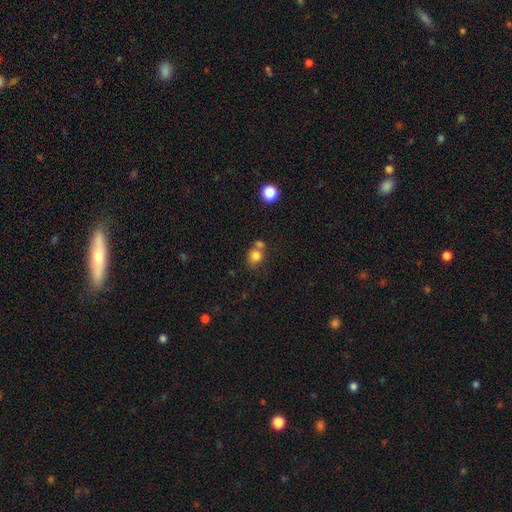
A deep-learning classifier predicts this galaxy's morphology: smooth 80%, star or artifact 12%, featured or disk 9%. Down the decision tree: how rounded — round (71%); merging — none (49%).